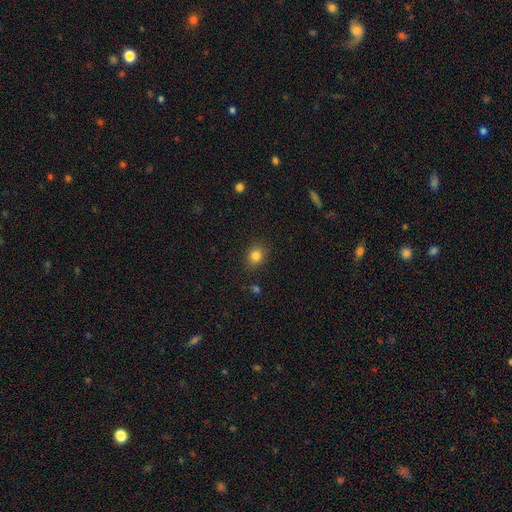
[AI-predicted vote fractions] This appears to be a smooth galaxy with no disk features (83%) that is round (60%). Merging: none (86%).